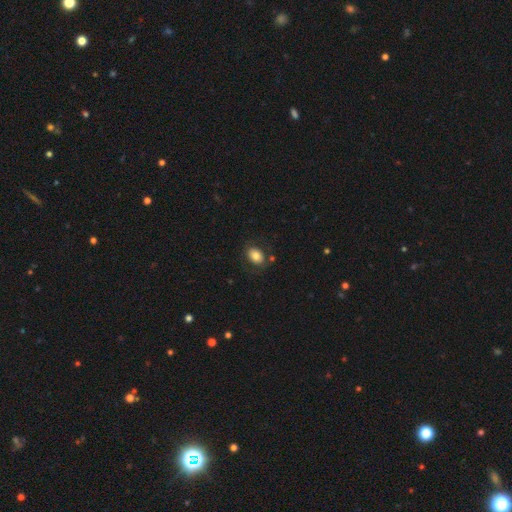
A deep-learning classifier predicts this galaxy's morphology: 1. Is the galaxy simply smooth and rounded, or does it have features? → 80% smooth, 12% featured or disk, 8% star or artifact.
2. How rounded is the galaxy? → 75% in between, 24% round, 1% cigar-shaped.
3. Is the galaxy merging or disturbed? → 78% none, 13% minor disturbance, 6% major disturbance, 4% merger.